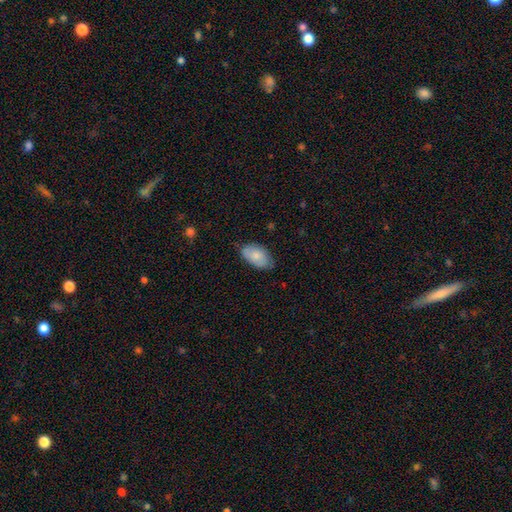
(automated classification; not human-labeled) This is clearly a smooth galaxy (81%). How rounded: clearly in between (94%). Merging: likely none (68%).